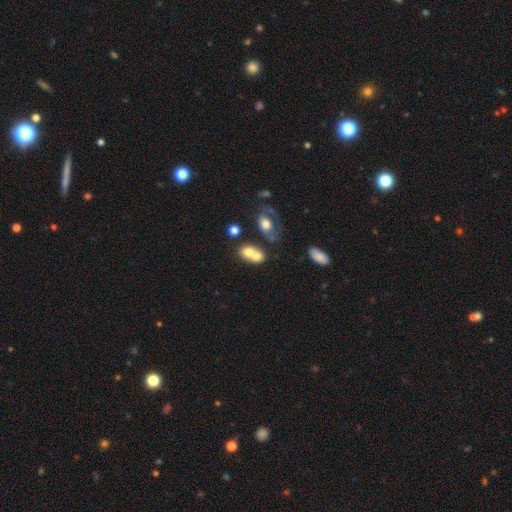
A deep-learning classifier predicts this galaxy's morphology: Smooth or featured? Predicted: smooth (p=0.68). How rounded? Predicted: in between (p=0.56). Merging? Predicted: merger (p=0.66).